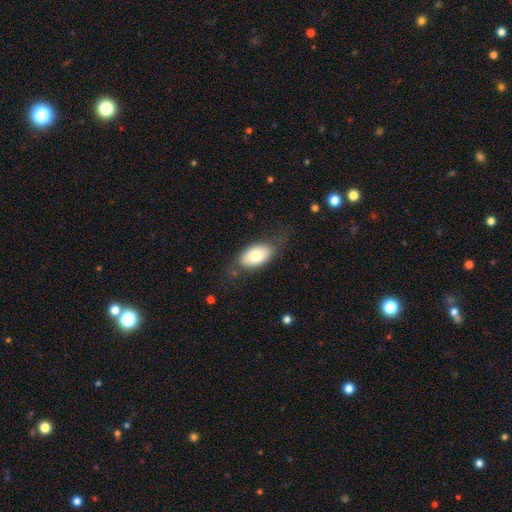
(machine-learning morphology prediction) A smooth galaxy with no disk features (74%) that is in between round and cigar-shaped (93%).

Vote fractions:
- Smooth or featured? smooth: 74% / featured or disk: 20% / star or artifact: 7%
- How rounded? in between: 93% / round: 5% / cigar-shaped: 2%
- Merging? none: 64% / minor disturbance: 22% / major disturbance: 11% / merger: 2%